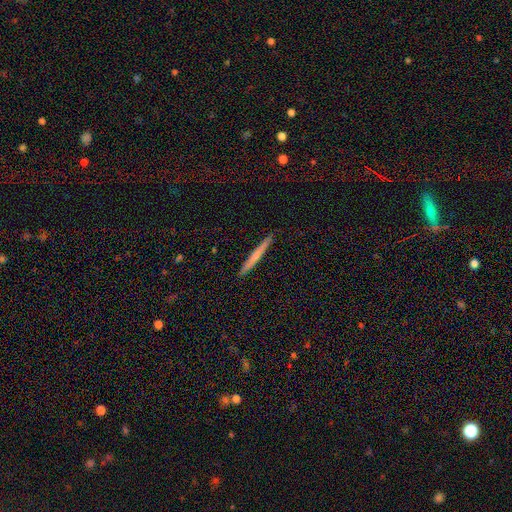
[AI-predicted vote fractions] smooth-or-featured: smooth: 52% | featured or disk: 42% | star or artifact: 6%
  how-rounded: cigar-shaped: 97% | in between: 2% | round: 1%
  merging: none: 92% | minor disturbance: 6% | major disturbance: 1% | merger: 1%